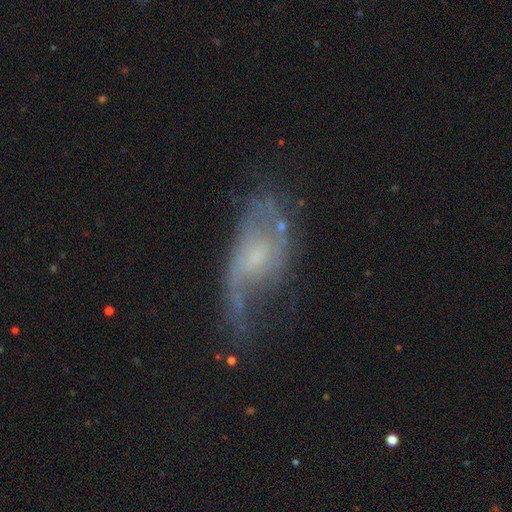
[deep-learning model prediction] smooth-or-featured: featured or disk: 71% | smooth: 20% | star or artifact: 9%
  disk-edge-on: no: 91% | yes: 9%
    bar: no: 59% | weak: 35% | strong: 6%
    has-spiral-arms: yes: 79% | no: 21%
      spiral-winding: loose: 59% | medium: 30% | tight: 12%
      spiral-arm-count: 2: 54% | 1: 25% | can't tell: 16% | 3: 2% | 4: 1% | more than 4: 1%
    bulge-size: small: 50% | moderate: 28% | none: 18% | large: 3% | dominant: 1%
  merging: none: 43% | minor disturbance: 27% | major disturbance: 26% | merger: 4%